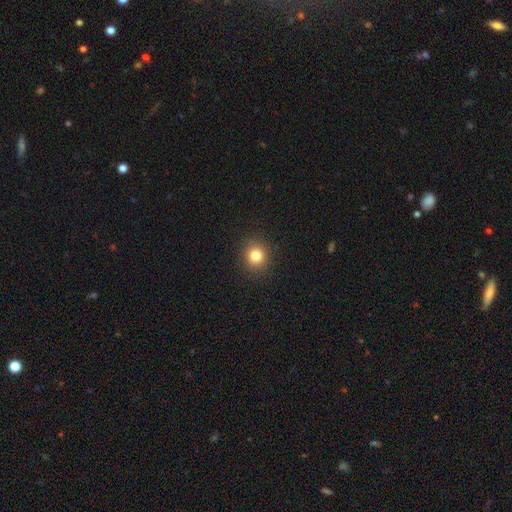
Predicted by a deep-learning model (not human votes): Overall: smooth (82%). How rounded: round (84%). Merging: none (90%).